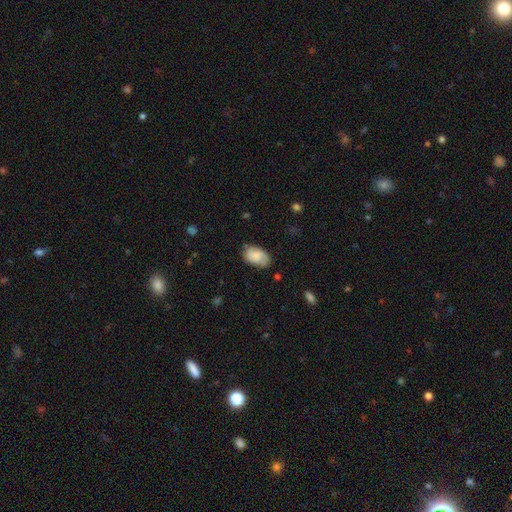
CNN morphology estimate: Smooth or featured? Predicted: smooth (p=0.58). How rounded? Predicted: in between (p=0.88). Merging? Predicted: none (p=0.63).